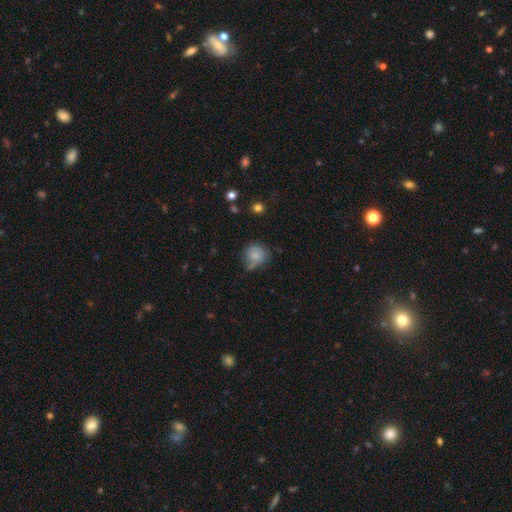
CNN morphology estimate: This is likely a smooth galaxy (72%). How rounded: likely round (78%). Merging: possibly none (51%).